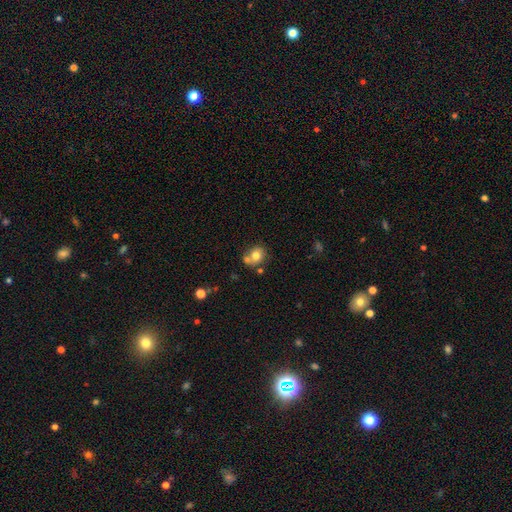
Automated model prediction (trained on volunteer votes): A smooth galaxy with no disk features (74%) that is round (72%).

Vote fractions:
- Smooth or featured? smooth: 74% / featured or disk: 15% / star or artifact: 11%
- How rounded? round: 72% / in between: 27% / cigar-shaped: 1%
- Merging? none: 52% / merger: 30% / minor disturbance: 13% / major disturbance: 4%